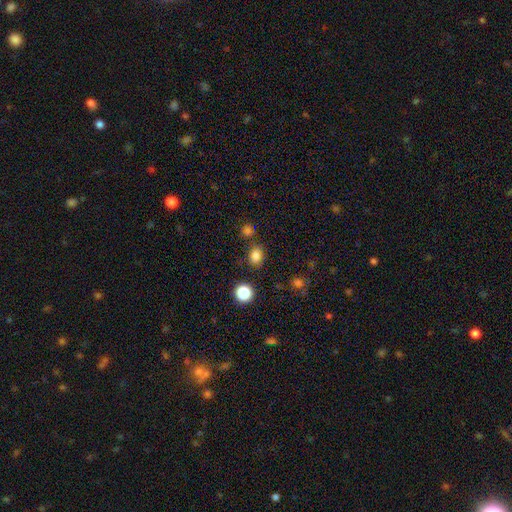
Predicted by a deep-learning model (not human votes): Morphology: type=smooth (81%); roundness=in between (53%); merging=none (81%).